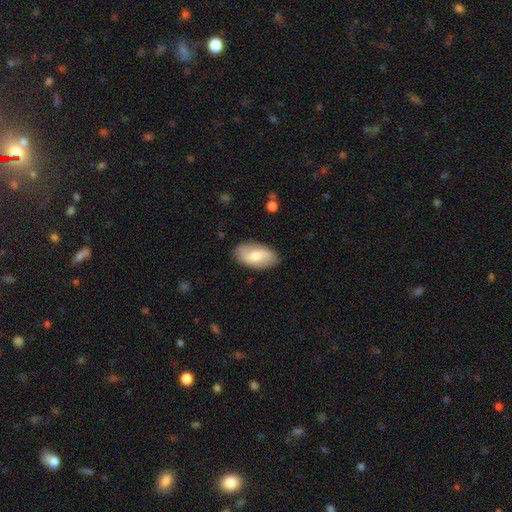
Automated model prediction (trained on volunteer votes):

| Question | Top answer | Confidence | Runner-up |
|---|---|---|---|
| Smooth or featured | smooth | 50% | featured or disk (45%) |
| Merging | none | 84% | minor disturbance (12%) |